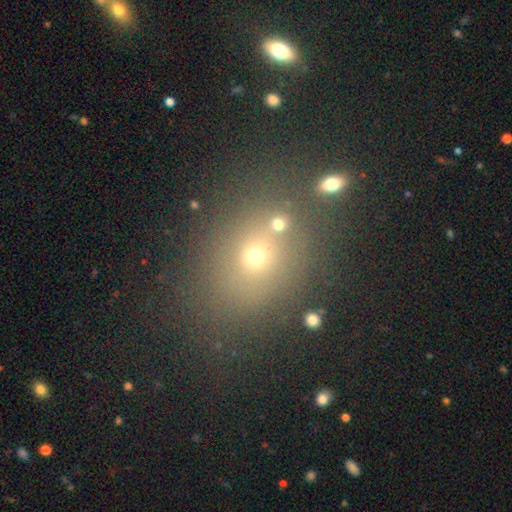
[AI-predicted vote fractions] Smooth or featured?
  - smooth: 59% *
  - star or artifact: 28%
  - featured or disk: 13%
How rounded?
  - round: 56% *
  - in between: 42%
  - cigar-shaped: 1%
Merging?
  - none: 74% *
  - minor disturbance: 11%
  - merger: 10%
  - major disturbance: 5%